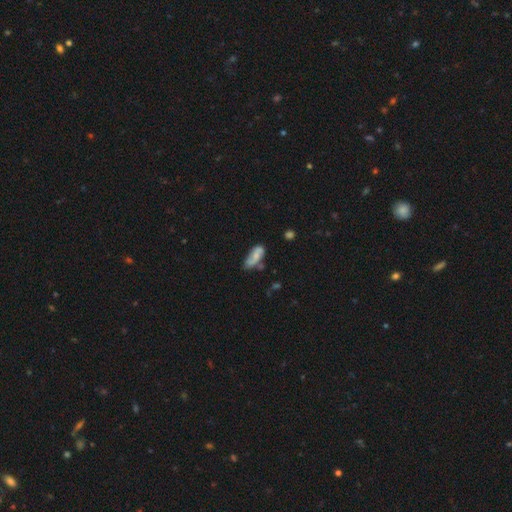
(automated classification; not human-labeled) The model was most divided on "smooth or featured": smooth: 55%, featured or disk: 38%, star or artifact: 8%. More confident: how rounded — in between (81%); merging — none (50%).